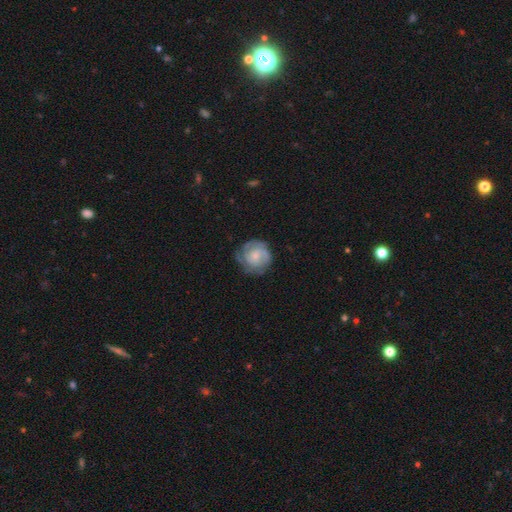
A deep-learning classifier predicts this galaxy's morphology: The model was most divided on "spiral arm count": 2: 33%, can't tell: 32%, 3: 21%, 1: 6%, 4: 5%, more than 4: 4%. More confident: edge-on disk — no (98%); spiral arms — yes (89%); bar — no (72%); merging — none (70%); smooth or featured — featured or disk (67%); spiral winding — tight (60%); bulge size — small (54%).